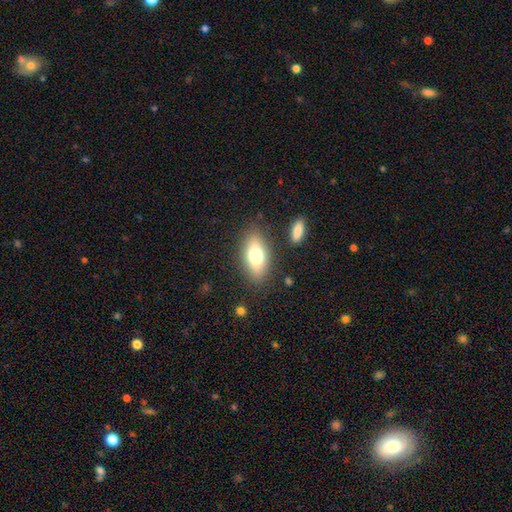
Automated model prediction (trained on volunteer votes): Morphology: type=smooth (66%); roundness=in between (79%); merging=none (83%).